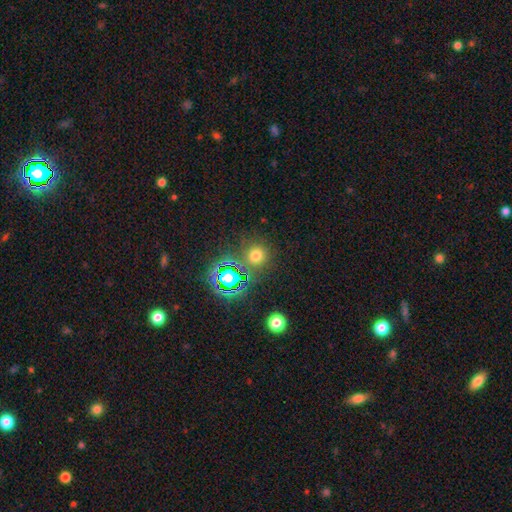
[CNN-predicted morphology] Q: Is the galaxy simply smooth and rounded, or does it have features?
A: smooth — 62%.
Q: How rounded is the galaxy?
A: round — 90%.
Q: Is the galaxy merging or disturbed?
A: none — 78%.